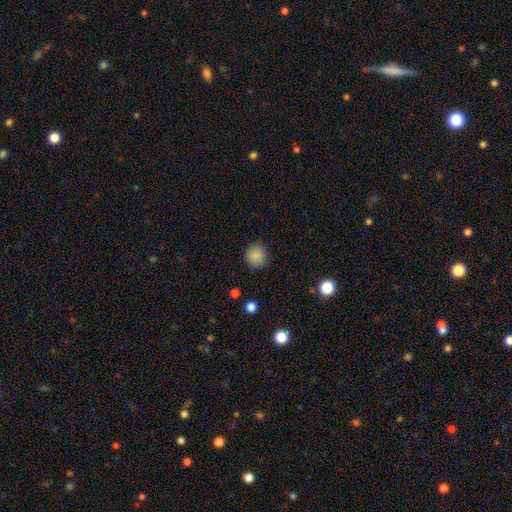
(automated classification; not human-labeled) Overall: smooth (86%). How rounded: round (84%). Merging: none (80%).